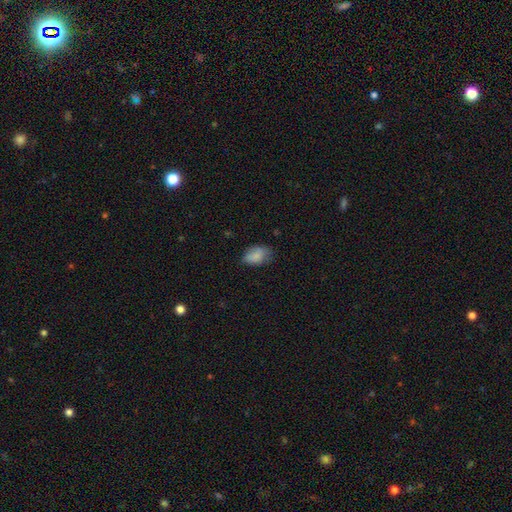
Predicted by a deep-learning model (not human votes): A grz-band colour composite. It shows a smooth galaxy with no disk features (82%) that is in between round and cigar-shaped (87%). Merging: none (59%).